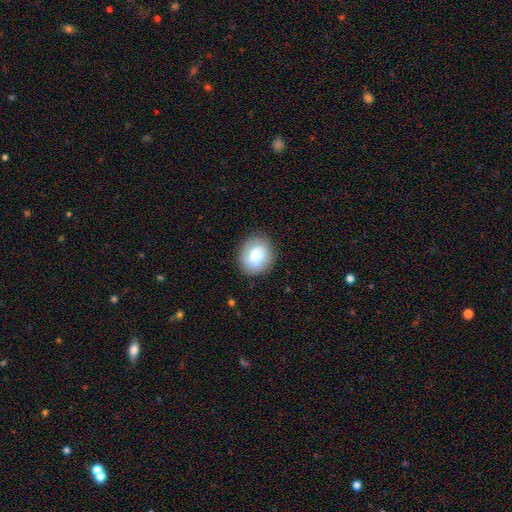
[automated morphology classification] This appears to be a smooth galaxy with no disk features (73%) that is round (59%). Merging: none (79%).